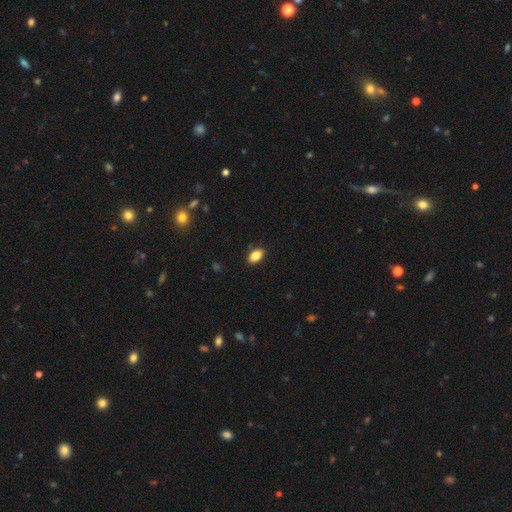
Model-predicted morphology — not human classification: A smooth galaxy with no disk features (85%) that is in between round and cigar-shaped (89%). Merging: none (88%).